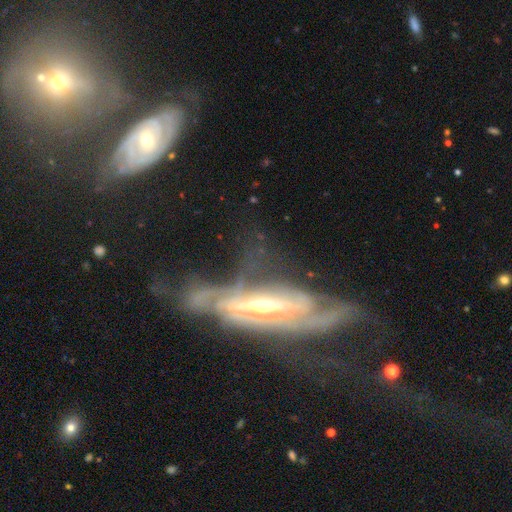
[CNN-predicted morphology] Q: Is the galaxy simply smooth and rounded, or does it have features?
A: featured or disk — 83%.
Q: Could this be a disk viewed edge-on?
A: no — 66%.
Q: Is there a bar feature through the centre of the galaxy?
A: strong — 39%.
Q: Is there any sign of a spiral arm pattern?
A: yes — 78%.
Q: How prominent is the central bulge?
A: moderate — 56%.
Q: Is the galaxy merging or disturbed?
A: major disturbance — 36%.